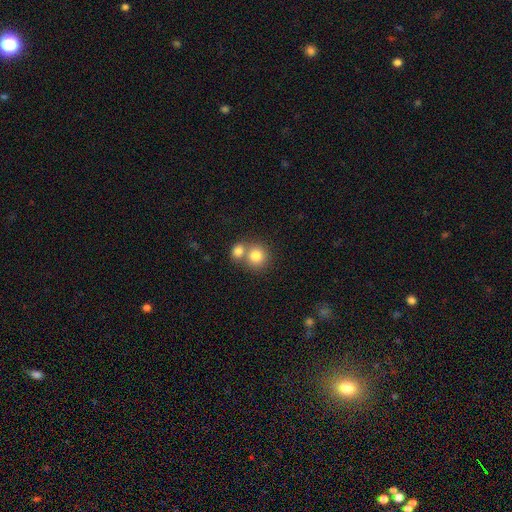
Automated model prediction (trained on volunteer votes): Q: Smooth or featured?
A: smooth (81%); runner-up: featured or disk (10%)
Q: How rounded?
A: round (85%); runner-up: in between (14%)
Q: Merging?
A: merger (47%); runner-up: none (44%)